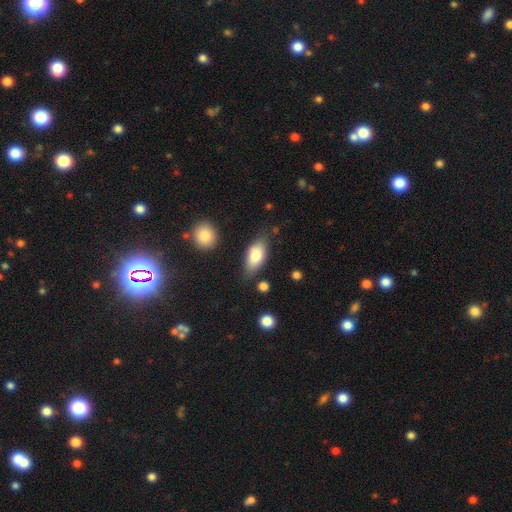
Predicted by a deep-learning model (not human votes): Smooth or featured? smooth (76%)
How rounded? in between (88%)
Merging? none (73%)